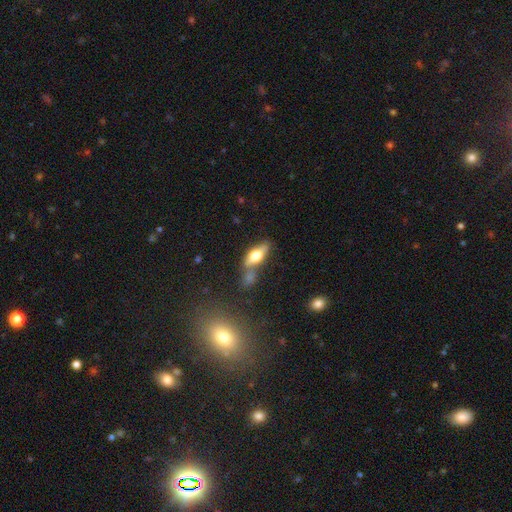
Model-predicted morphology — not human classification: Smooth or featured: smooth — 51% (featured or disk — 41%)
How rounded: in between — 63% (cigar-shaped — 33%)
Merging: none — 54% (merger — 22%)